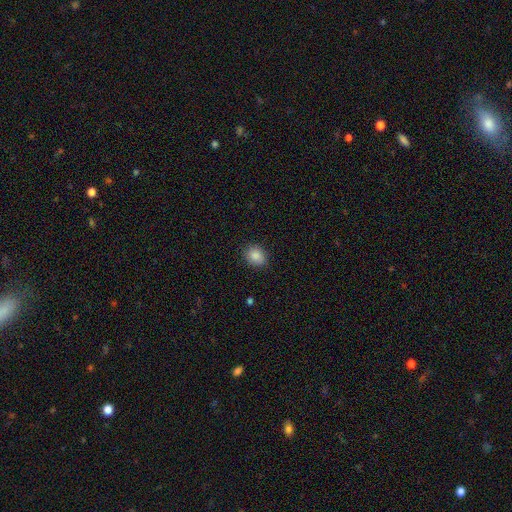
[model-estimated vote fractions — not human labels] This appears to be a smooth galaxy with no disk features (87%) that is round (51%). Merging: none (88%).